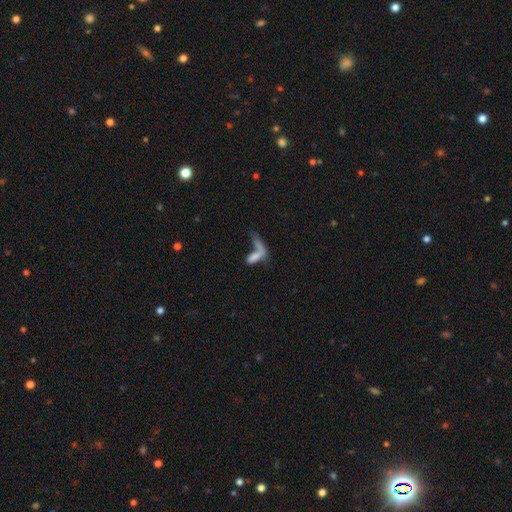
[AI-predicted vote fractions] Smooth or featured: smooth — 61% (featured or disk — 27%)
How rounded: cigar-shaped — 48% (in between — 47%)
Merging: merger — 44% (major disturbance — 26%)